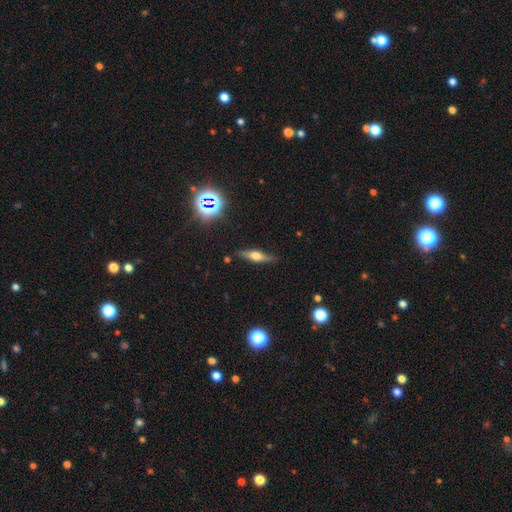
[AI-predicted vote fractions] Smooth or featured? featured or disk (55%)
Edge-on disk? yes (92%)
Edge-on bulge? rounded (87%)
Merging? none (84%)